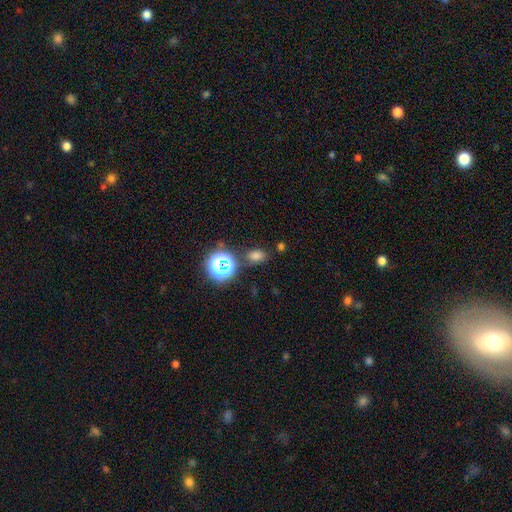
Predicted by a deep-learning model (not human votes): smooth-or-featured: smooth: 69% | star or artifact: 25% | featured or disk: 6%
  how-rounded: in between: 65% | round: 34% | cigar-shaped: 2%
  merging: none: 77% | minor disturbance: 13% | merger: 7% | major disturbance: 4%